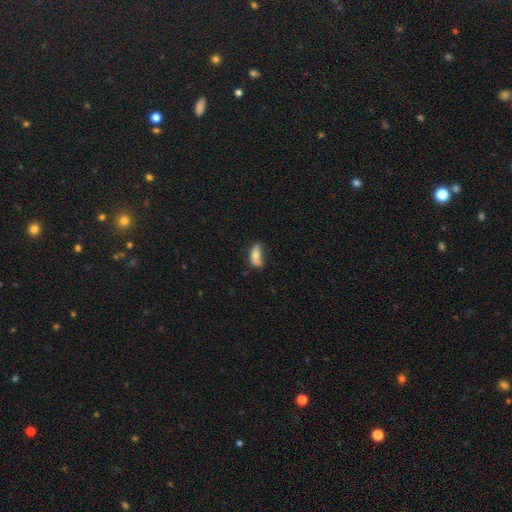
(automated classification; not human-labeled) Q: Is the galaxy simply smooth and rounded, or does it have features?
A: smooth — 73%.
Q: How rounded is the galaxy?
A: in between — 84%.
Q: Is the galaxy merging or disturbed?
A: none — 47%.